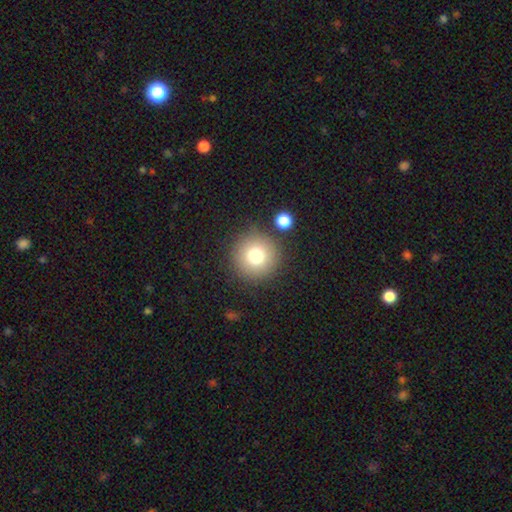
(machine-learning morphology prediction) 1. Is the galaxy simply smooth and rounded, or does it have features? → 77% smooth, 13% star or artifact, 10% featured or disk.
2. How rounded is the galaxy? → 96% round, 3% in between, 1% cigar-shaped.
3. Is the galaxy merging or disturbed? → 84% none, 8% minor disturbance, 6% merger, 3% major disturbance.